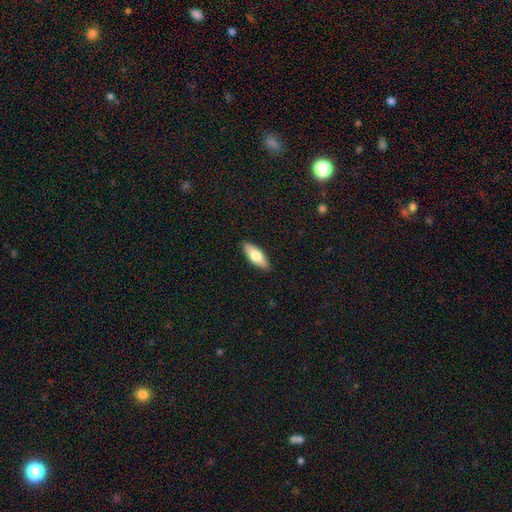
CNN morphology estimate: Smooth or featured? smooth (72%)
How rounded? in between (72%)
Merging? none (89%)